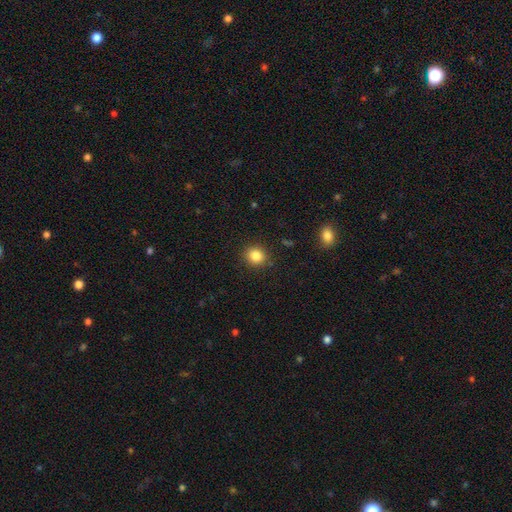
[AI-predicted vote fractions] Smooth or featured? Predicted: smooth (p=0.84). How rounded? Predicted: round (p=0.84). Merging? Predicted: none (p=0.90).